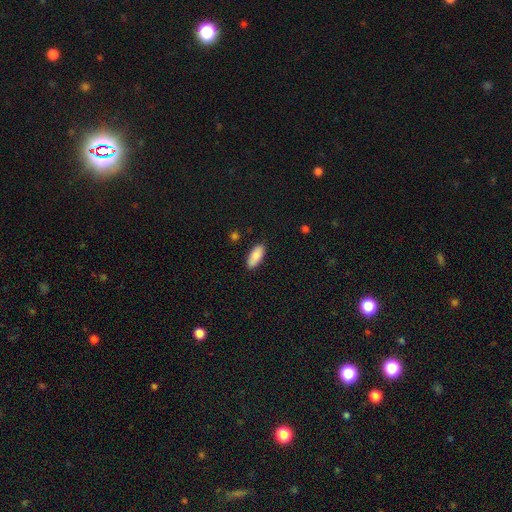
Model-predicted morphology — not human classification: smooth-or-featured: smooth: 88% | star or artifact: 6% | featured or disk: 6%
  how-rounded: in between: 83% | cigar-shaped: 15% | round: 2%
  merging: none: 87% | minor disturbance: 10% | major disturbance: 2% | merger: 1%